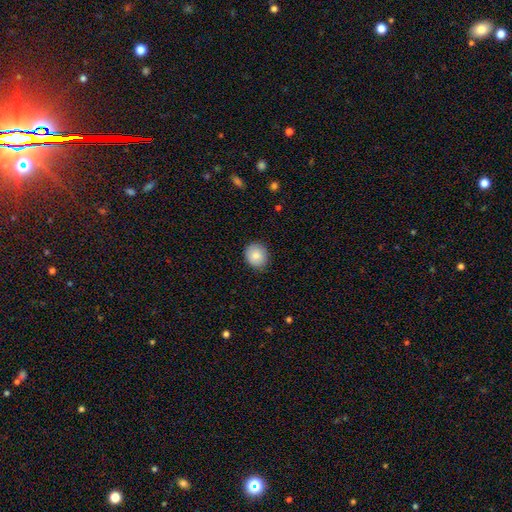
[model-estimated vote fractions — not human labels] smooth-or-featured: smooth: 83% | featured or disk: 9% | star or artifact: 8%
  how-rounded: round: 79% | in between: 20% | cigar-shaped: 1%
  merging: none: 87% | minor disturbance: 10% | major disturbance: 2% | merger: 1%